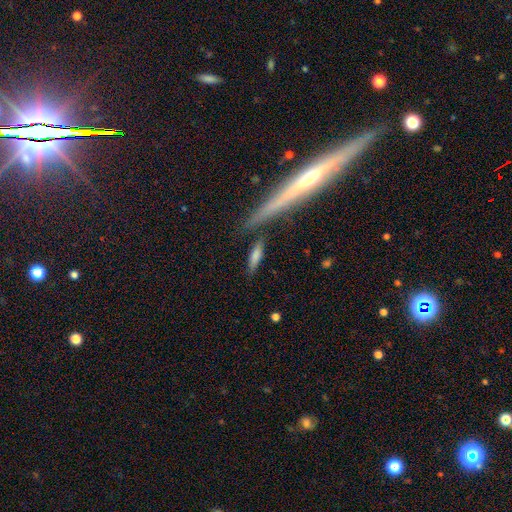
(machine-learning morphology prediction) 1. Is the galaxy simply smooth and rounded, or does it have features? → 73% smooth, 19% featured or disk, 8% star or artifact.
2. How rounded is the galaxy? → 68% cigar-shaped, 29% in between, 3% round.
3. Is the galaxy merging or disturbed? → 70% none, 15% minor disturbance, 10% merger, 5% major disturbance.